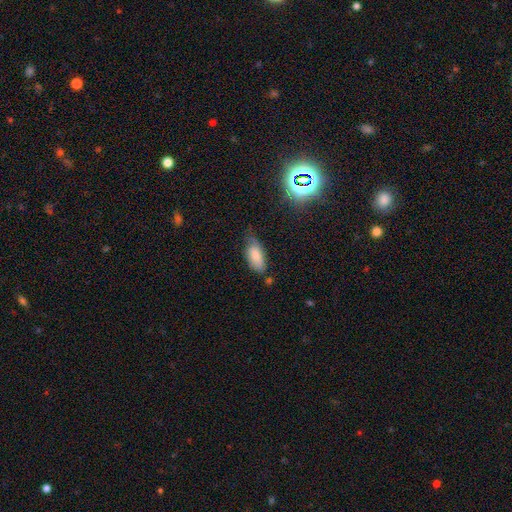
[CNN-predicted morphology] Smooth or featured?
  - smooth: 80% *
  - featured or disk: 12%
  - star or artifact: 8%
How rounded?
  - in between: 87% *
  - cigar-shaped: 10%
  - round: 2%
Merging?
  - none: 49% *
  - minor disturbance: 38%
  - major disturbance: 9%
  - merger: 4%